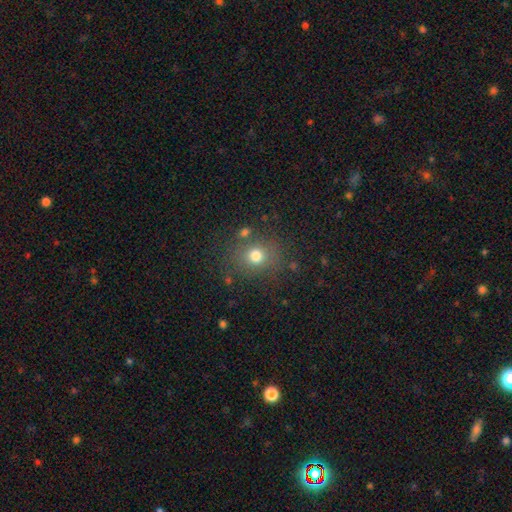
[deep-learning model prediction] Smooth or featured?
  - smooth: 74% *
  - star or artifact: 16%
  - featured or disk: 9%
How rounded?
  - round: 80% *
  - in between: 19%
  - cigar-shaped: 1%
Merging?
  - none: 79% *
  - minor disturbance: 11%
  - major disturbance: 5%
  - merger: 5%